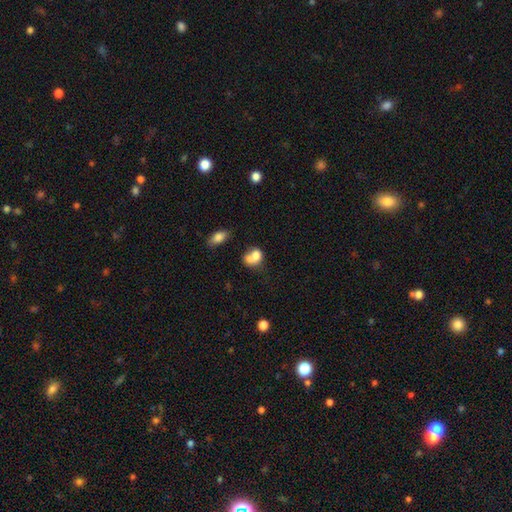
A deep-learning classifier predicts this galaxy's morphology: Smooth or featured? smooth (73%)
How rounded? in between (50%)
Merging? merger (56%)